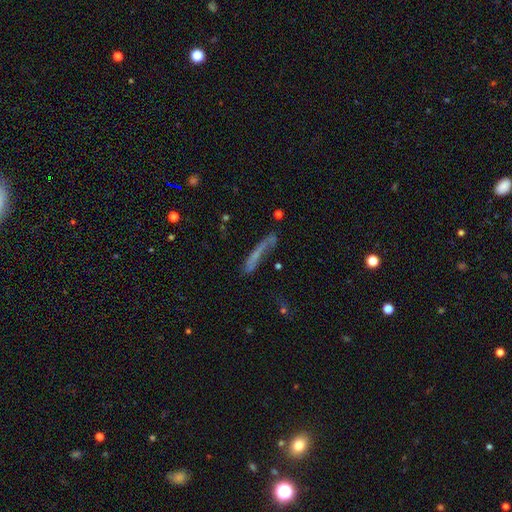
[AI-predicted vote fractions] Smooth or featured: smooth — 49% (featured or disk — 39%)
Merging: none — 49% (minor disturbance — 23%)